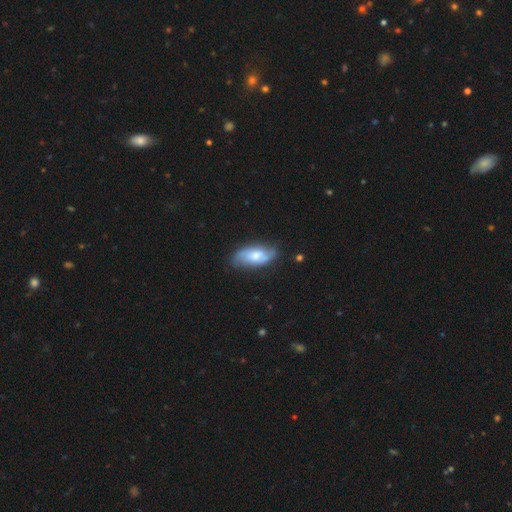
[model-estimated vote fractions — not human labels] The model was most divided on "smooth or featured": featured or disk: 51%, smooth: 43%, star or artifact: 6%. More confident: edge-on disk — no (89%); merging — none (69%).